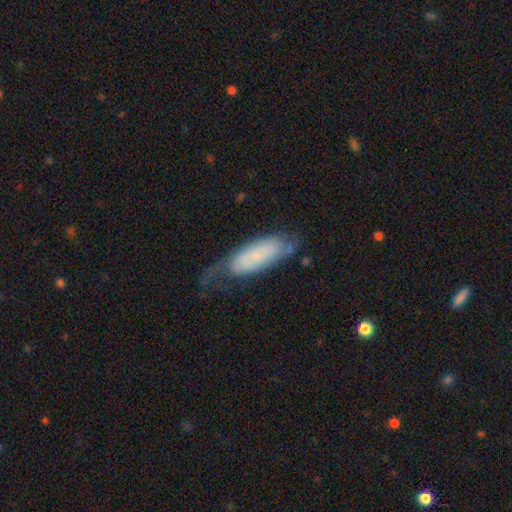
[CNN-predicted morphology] Smooth or featured?
  - featured or disk: 47% *
  - smooth: 45%
  - star or artifact: 8%
Merging?
  - none: 37% *
  - minor disturbance: 30%
  - major disturbance: 29%
  - merger: 3%